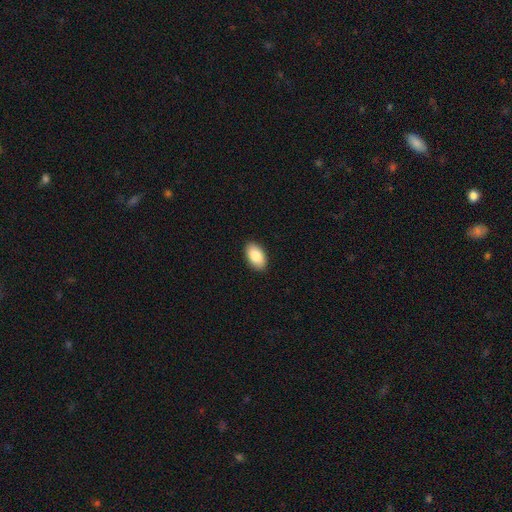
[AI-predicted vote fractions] smooth_or_featured: smooth (p=0.87) [alt: featured or disk p=0.07]
how_rounded: in between (p=0.95) [alt: round p=0.04]
merging: none (p=0.90) [alt: minor disturbance p=0.07]